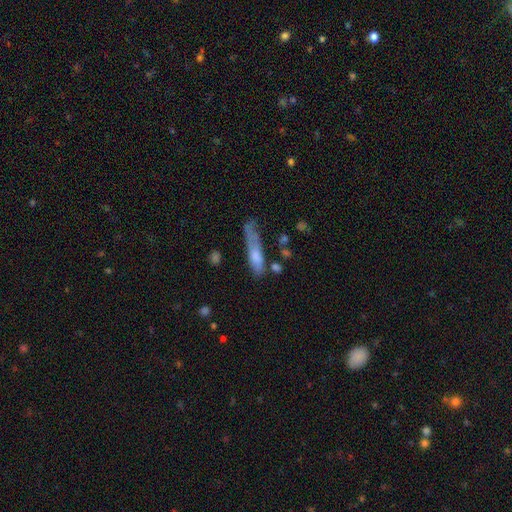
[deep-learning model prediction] Q: Smooth or featured?
A: smooth (66%); runner-up: featured or disk (26%)
Q: How rounded?
A: cigar-shaped (71%); runner-up: in between (27%)
Q: Merging?
A: none (35%); runner-up: minor disturbance (31%)